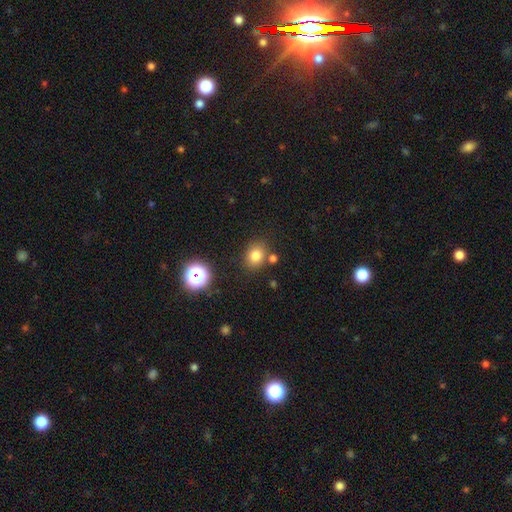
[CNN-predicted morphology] A smooth galaxy with no disk features (79%) that is round (58%). Merging: none (77%).